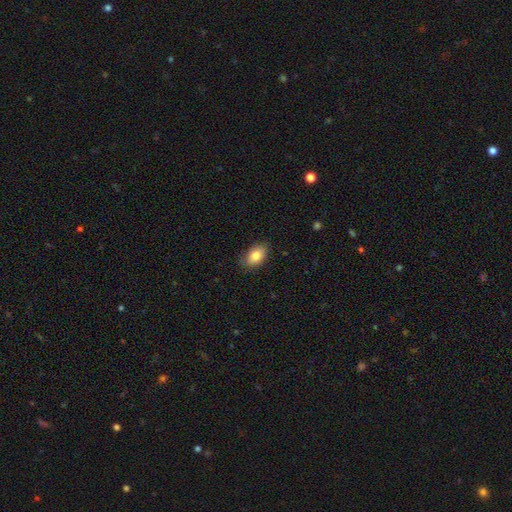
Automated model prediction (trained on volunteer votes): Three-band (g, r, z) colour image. It shows a smooth galaxy with no disk features (83%) that is in between round and cigar-shaped (90%). Merging: none (81%).